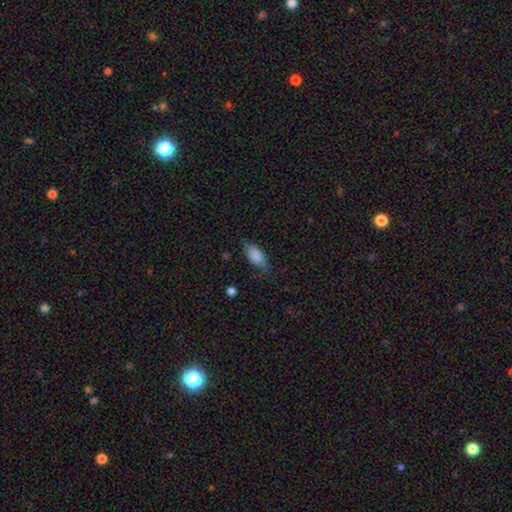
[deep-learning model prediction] This appears to be a smooth galaxy with no disk features (82%) that is in between round and cigar-shaped (82%). Merging: none (73%).